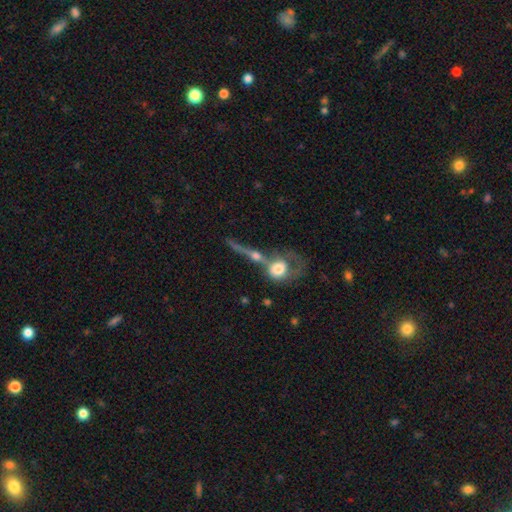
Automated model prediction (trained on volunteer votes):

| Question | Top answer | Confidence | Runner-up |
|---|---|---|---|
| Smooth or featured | featured or disk | 51% | smooth (38%) |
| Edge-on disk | yes | 56% | no (44%) |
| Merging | merger | 54% | none (25%) |